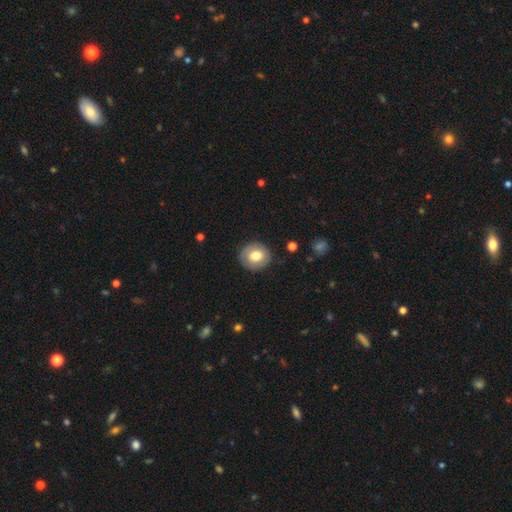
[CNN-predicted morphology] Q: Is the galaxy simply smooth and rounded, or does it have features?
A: smooth — 66%.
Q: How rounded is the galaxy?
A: round — 78%.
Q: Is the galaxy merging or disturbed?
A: none — 85%.